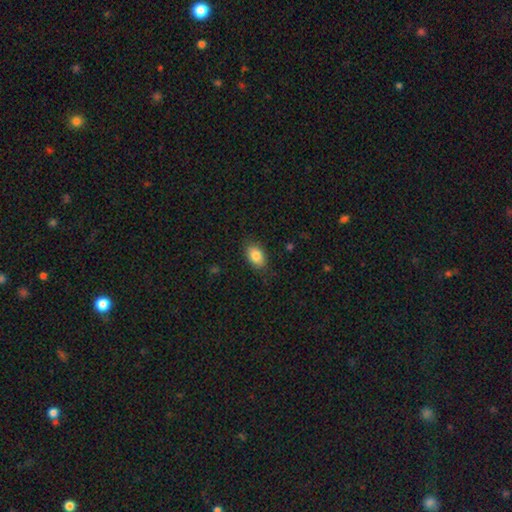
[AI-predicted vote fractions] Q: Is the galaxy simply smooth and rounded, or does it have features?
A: smooth — 85%.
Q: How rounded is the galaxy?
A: in between — 87%.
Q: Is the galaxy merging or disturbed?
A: none — 84%.